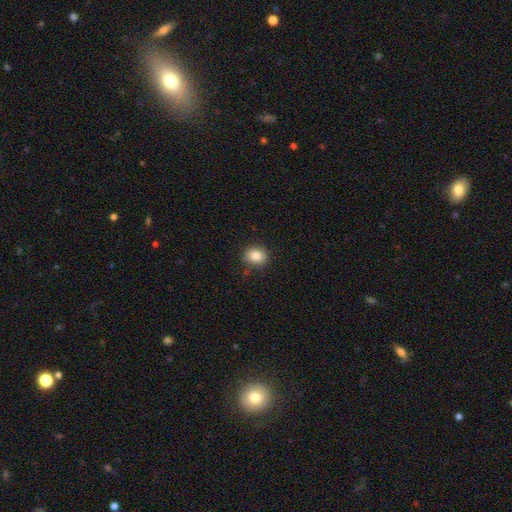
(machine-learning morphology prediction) The model was most divided on "how rounded": round: 63%, in between: 36%, cigar-shaped: 1%. More confident: smooth or featured — smooth (84%); merging — none (83%).